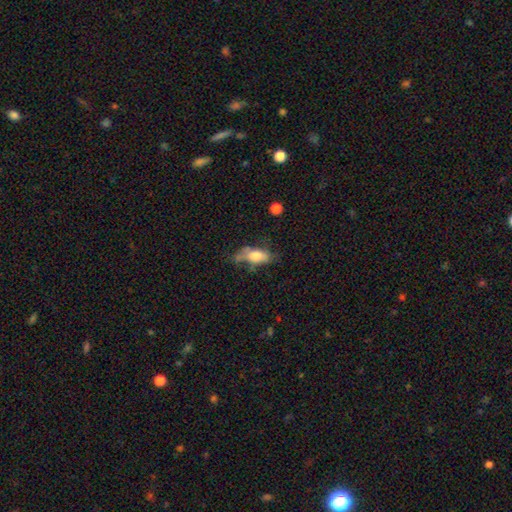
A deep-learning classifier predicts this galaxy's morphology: Smooth or featured? Predicted: smooth (p=0.69). How rounded? Predicted: in between (p=0.79). Merging? Predicted: none (p=0.41).